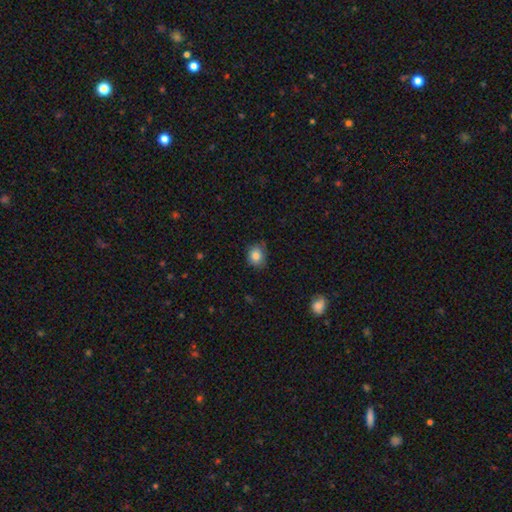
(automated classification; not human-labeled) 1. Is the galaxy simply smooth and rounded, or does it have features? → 84% smooth, 10% star or artifact, 7% featured or disk.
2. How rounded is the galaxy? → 71% round, 28% in between, 1% cigar-shaped.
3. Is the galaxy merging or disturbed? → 75% none, 20% minor disturbance, 3% major disturbance, 2% merger.